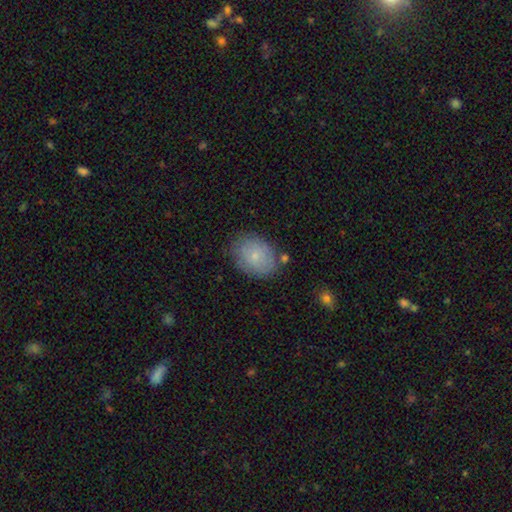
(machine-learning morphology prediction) smooth-or-featured: smooth: 76% | featured or disk: 16% | star or artifact: 8%
  how-rounded: in between: 66% | round: 33% | cigar-shaped: 1%
  merging: none: 75% | minor disturbance: 17% | major disturbance: 4% | merger: 4%